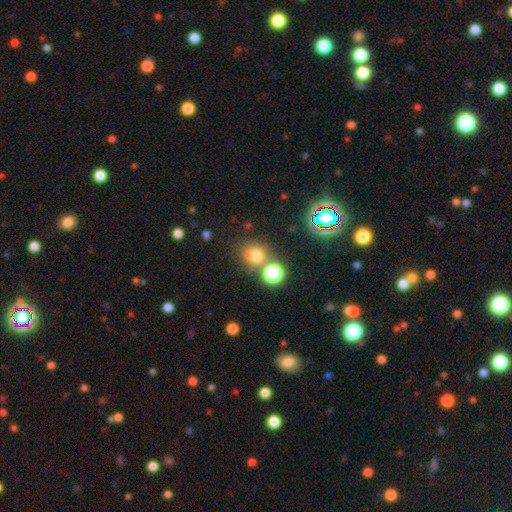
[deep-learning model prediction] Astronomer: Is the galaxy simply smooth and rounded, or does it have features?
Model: smooth — 69%.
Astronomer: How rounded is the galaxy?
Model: round — 84%.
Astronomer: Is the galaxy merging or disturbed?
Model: none — 65%.